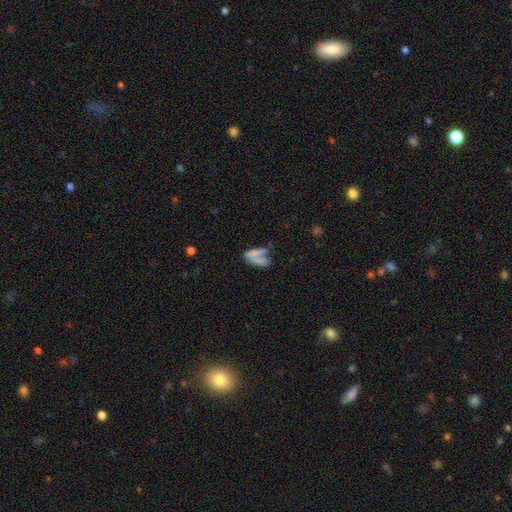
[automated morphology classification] A smooth galaxy with no disk features (60%) that is in between round and cigar-shaped (57%).

Vote fractions:
- Smooth or featured? smooth: 60% / featured or disk: 27% / star or artifact: 13%
- How rounded? in between: 57% / cigar-shaped: 36% / round: 6%
- Merging? merger: 33% / none: 31% / major disturbance: 20% / minor disturbance: 16%